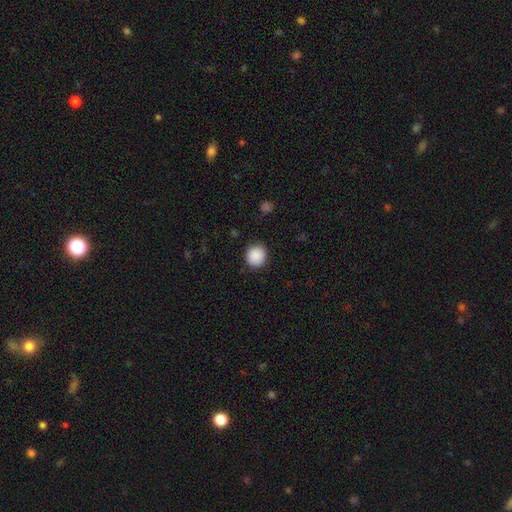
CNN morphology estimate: type=smooth (89%); roundness=round (87%); merging=none (88%).